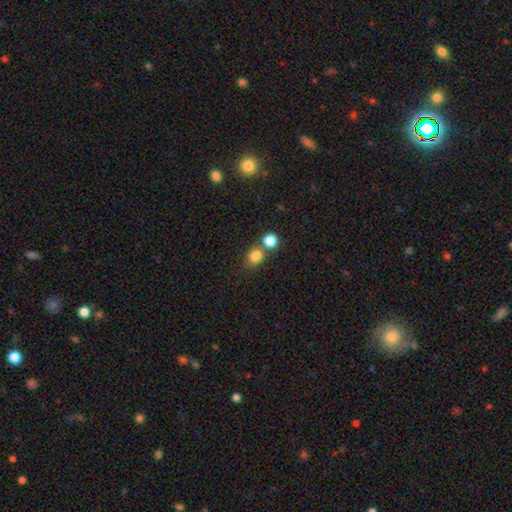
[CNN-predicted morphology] type=smooth (82%); roundness=round (77%); merging=none (58%).